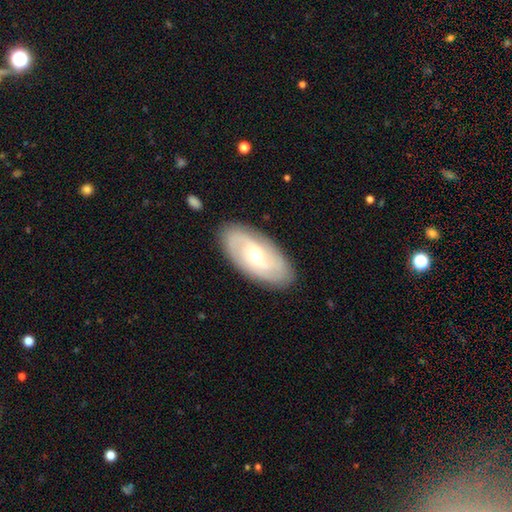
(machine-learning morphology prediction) type=featured or disk (72%); edge-on=no (92%); bar=weak (50%); spiral arms=yes (88%); winding=medium (39%); arm count=2 (54%); bulge=moderate (64%); merging=none (86%).